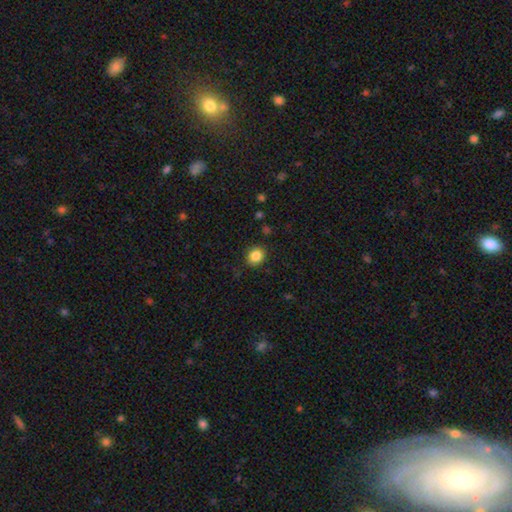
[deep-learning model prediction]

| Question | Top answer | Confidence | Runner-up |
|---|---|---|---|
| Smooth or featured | smooth | 85% | star or artifact (10%) |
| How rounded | round | 71% | in between (28%) |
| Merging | none | 89% | minor disturbance (8%) |